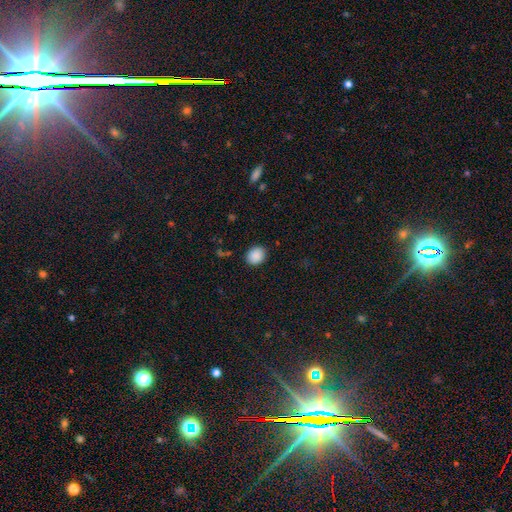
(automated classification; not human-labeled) Q: Smooth or featured?
A: smooth (89%); runner-up: star or artifact (8%)
Q: How rounded?
A: round (57%); runner-up: in between (42%)
Q: Merging?
A: none (87%); runner-up: minor disturbance (9%)